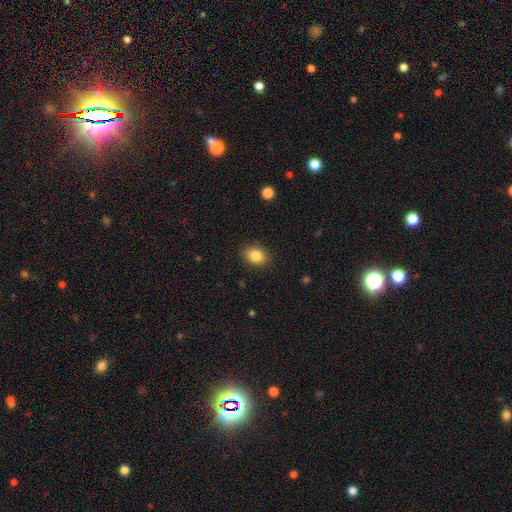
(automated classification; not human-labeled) smooth 84%, star or artifact 10%, featured or disk 6%. Down the decision tree: how rounded — in between (60%); merging — none (88%).